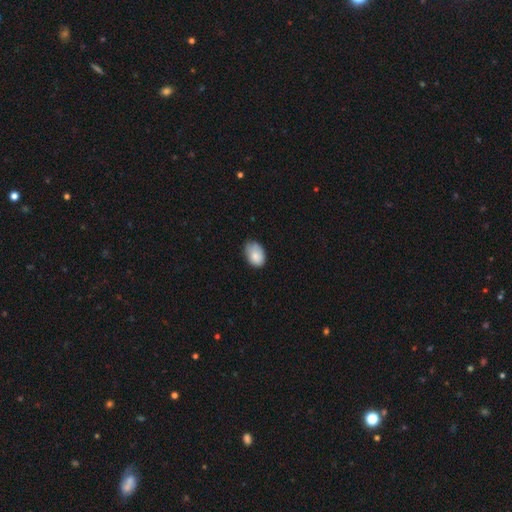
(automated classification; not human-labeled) Q: Smooth or featured?
A: smooth (84%); runner-up: featured or disk (9%)
Q: How rounded?
A: in between (81%); runner-up: round (18%)
Q: Merging?
A: none (65%); runner-up: minor disturbance (29%)